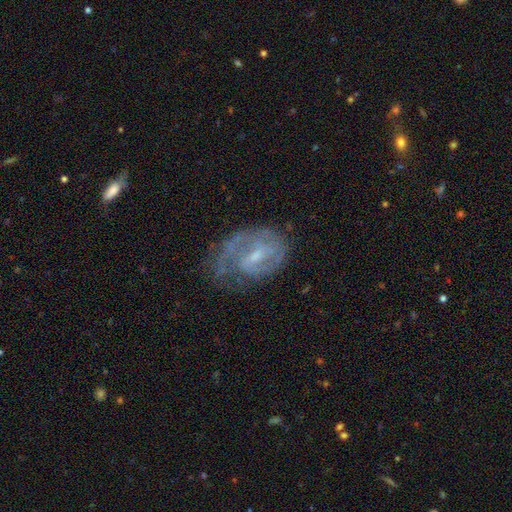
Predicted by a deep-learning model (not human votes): A featured or disk galaxy (78%) with a weak bar (56%), 2 (42%) tight (42%) spiral arms (86%) and a small central bulge (61%). Merging: none (49%).